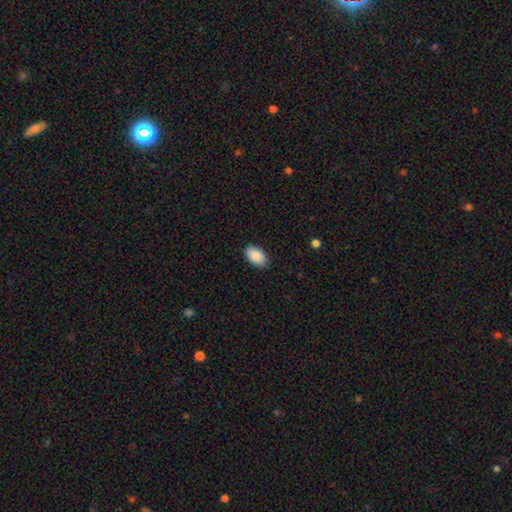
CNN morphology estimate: A smooth galaxy with no disk features (90%) that is in between round and cigar-shaped (93%). Merging: none (88%).